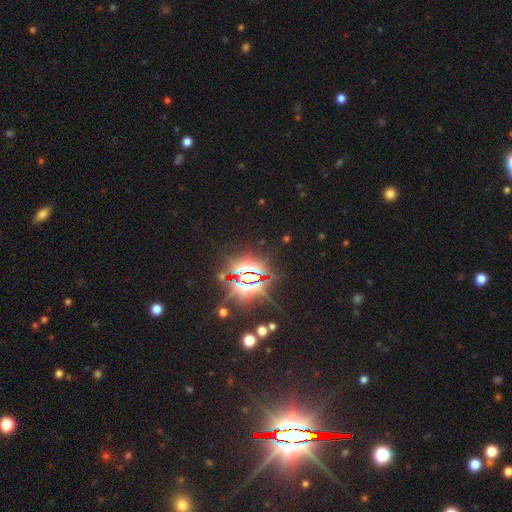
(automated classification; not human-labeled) The model was most divided on "smooth or featured": star or artifact: 86%, smooth: 7%, featured or disk: 7%.